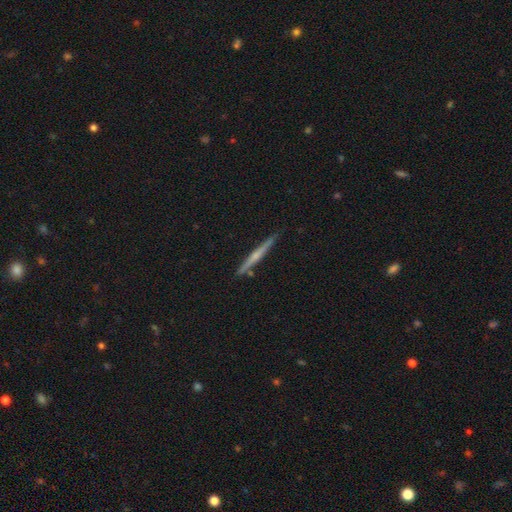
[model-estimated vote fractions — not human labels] Overall: featured or disk (65%; smooth 30%). Edge-on disk: yes (98%). Edge-on bulge: rounded (56%; none 38%). Merging: none (87%).